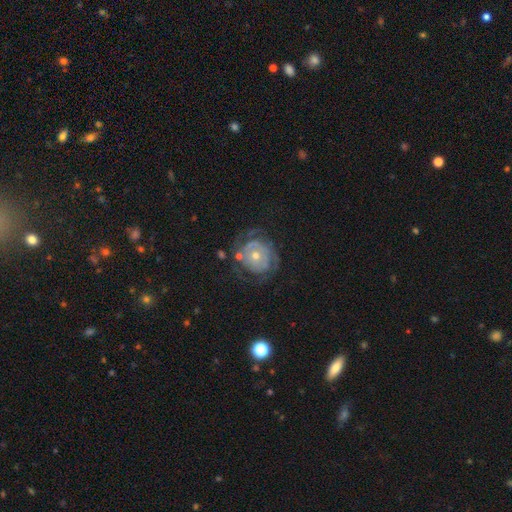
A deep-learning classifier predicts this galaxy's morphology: Smooth or featured? Predicted: featured or disk (p=0.76). Edge-on disk? Predicted: no (p=0.97). Bar? Predicted: no (p=0.84). Spiral arms? Predicted: yes (p=0.78). Spiral winding? Predicted: tight (p=0.73). Spiral arm count? Predicted: can't tell (p=0.44). Bulge size? Predicted: small (p=0.49). Merging? Predicted: none (p=0.64).